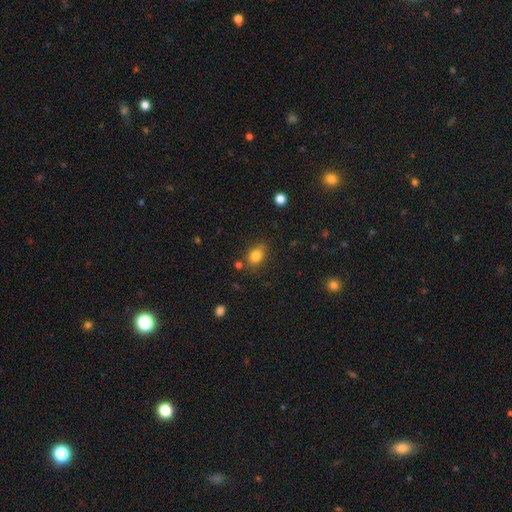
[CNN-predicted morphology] Smooth or featured? smooth (81%)
How rounded? in between (63%)
Merging? none (74%)